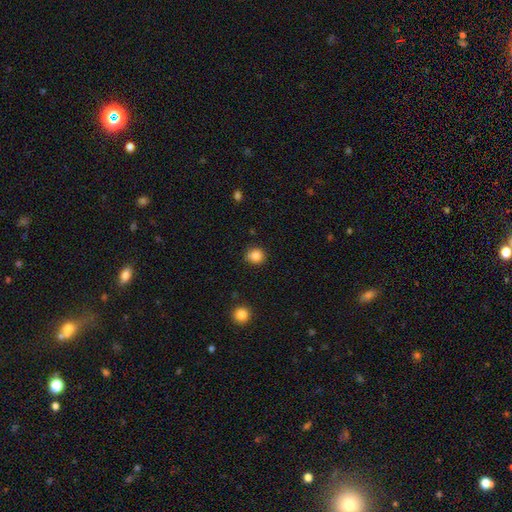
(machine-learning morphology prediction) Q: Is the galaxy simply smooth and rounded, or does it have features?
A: smooth — 84%.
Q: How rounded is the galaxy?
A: round — 88%.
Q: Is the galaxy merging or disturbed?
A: none — 86%.